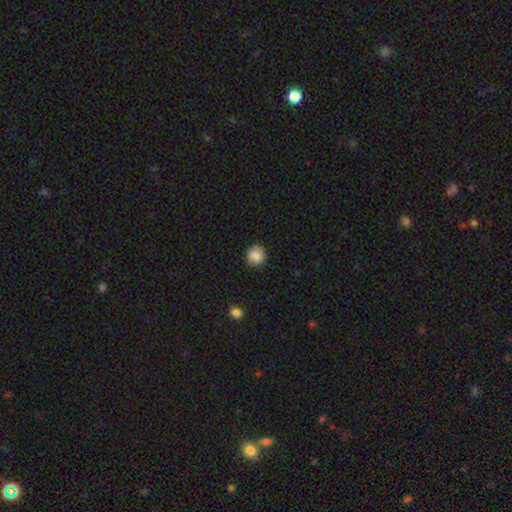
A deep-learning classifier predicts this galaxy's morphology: Smooth or featured? smooth (86%)
How rounded? round (85%)
Merging? none (85%)